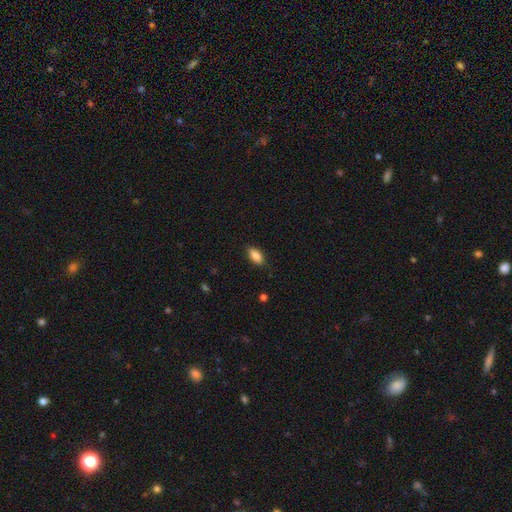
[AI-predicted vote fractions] smooth 86%, star or artifact 7%, featured or disk 7%. Down the decision tree: how rounded — in between (88%); merging — none (84%).